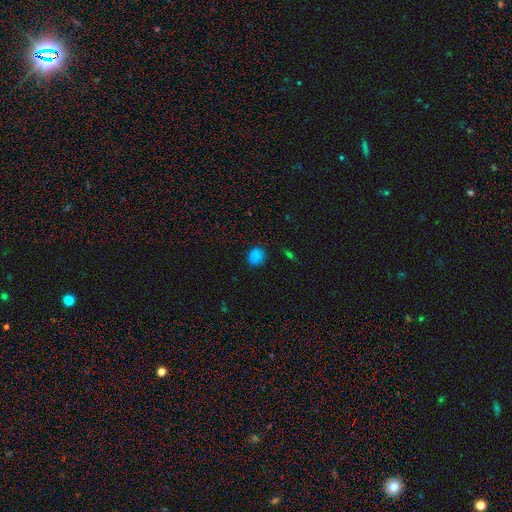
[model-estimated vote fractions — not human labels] Overall: smooth (79%). How rounded: round (75%). Merging: none (81%).